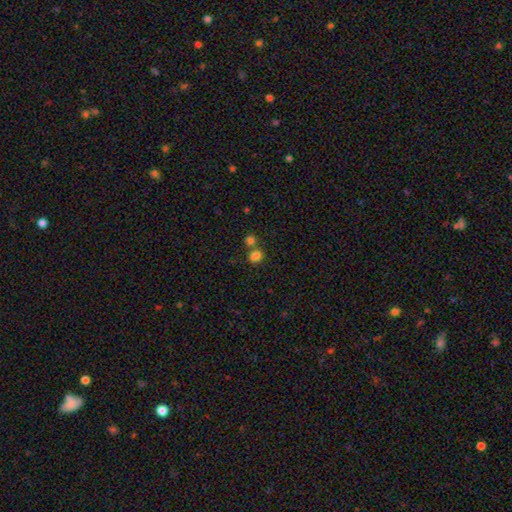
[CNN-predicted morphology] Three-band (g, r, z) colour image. It shows a smooth galaxy with no disk features (80%) that is round (56%). Merging: none (54%).